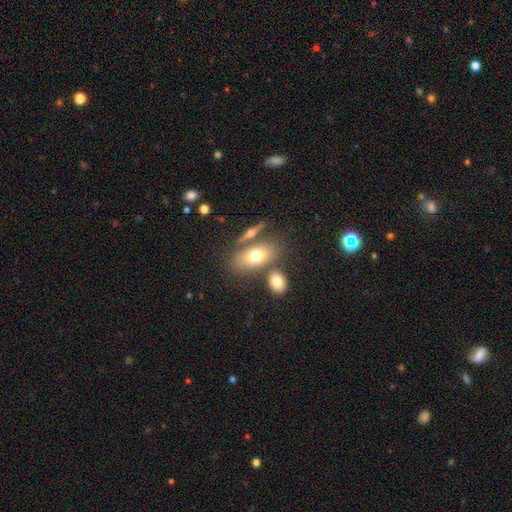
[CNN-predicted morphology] Smooth or featured? Predicted: smooth (p=0.67). How rounded? Predicted: in between (p=0.85). Merging? Predicted: none (p=0.60).